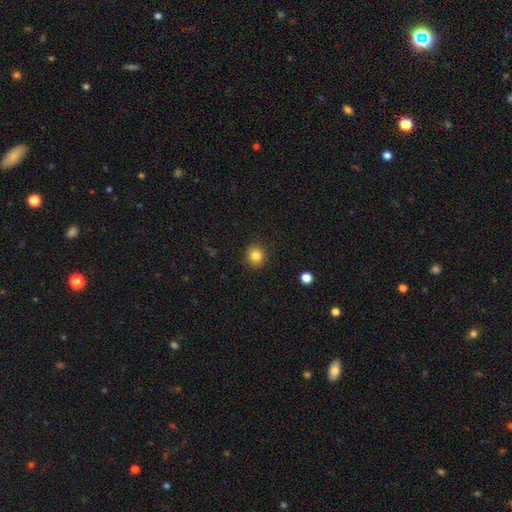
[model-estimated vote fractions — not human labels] This appears to be a smooth galaxy with no disk features (83%) that is round (88%). Merging: none (91%).